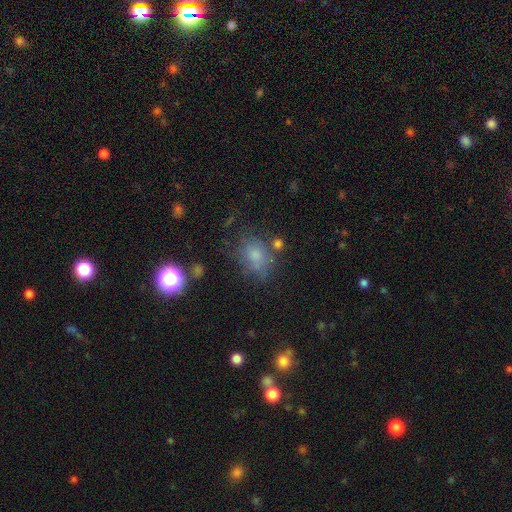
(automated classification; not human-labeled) A smooth galaxy with no disk features (69%) that is round (50%). Merging: none (59%).